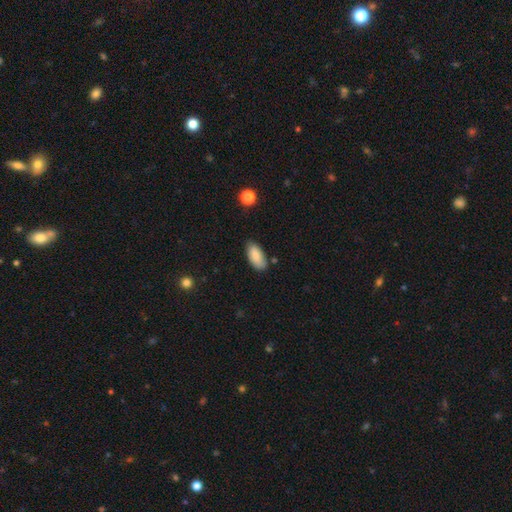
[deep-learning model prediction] Smooth or featured? smooth (87%)
How rounded? in between (91%)
Merging? none (77%)